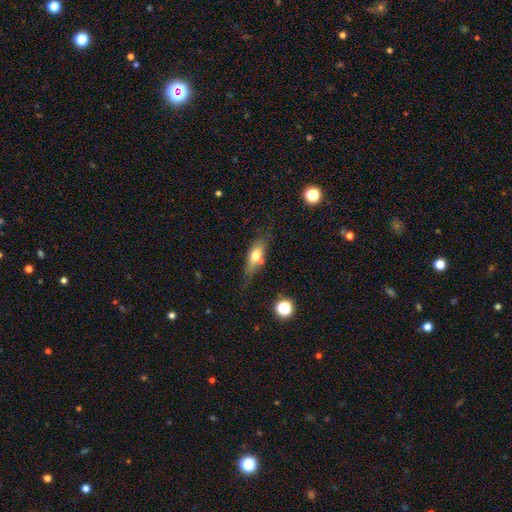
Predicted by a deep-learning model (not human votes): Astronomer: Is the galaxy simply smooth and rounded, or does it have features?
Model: smooth — 60%.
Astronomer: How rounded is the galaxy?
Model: in between — 64%.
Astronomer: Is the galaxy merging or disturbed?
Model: none — 59%.